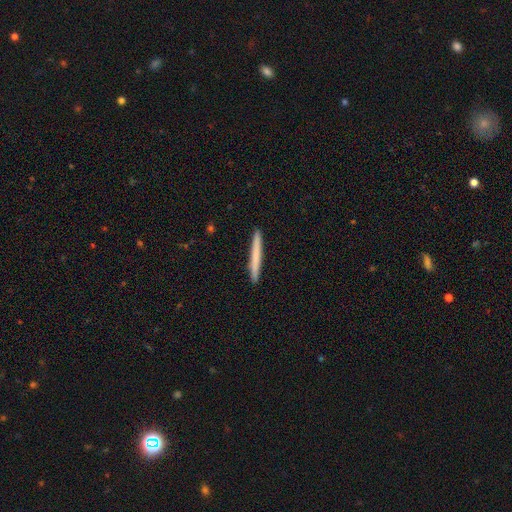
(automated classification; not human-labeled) Smooth or featured? smooth (69%)
How rounded? cigar-shaped (97%)
Merging? none (93%)